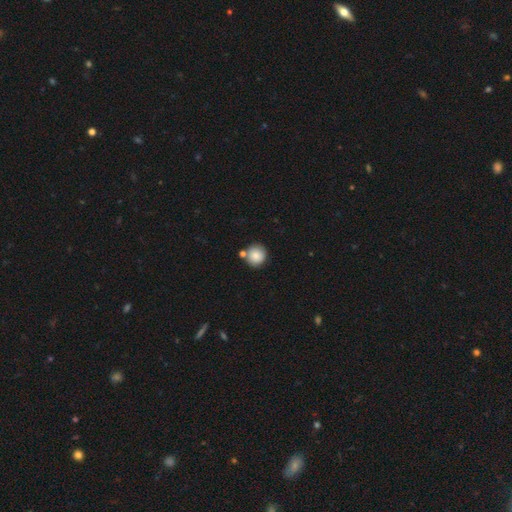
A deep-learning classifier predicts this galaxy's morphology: Overall: smooth (83%). How rounded: round (93%). Merging: none (72%).